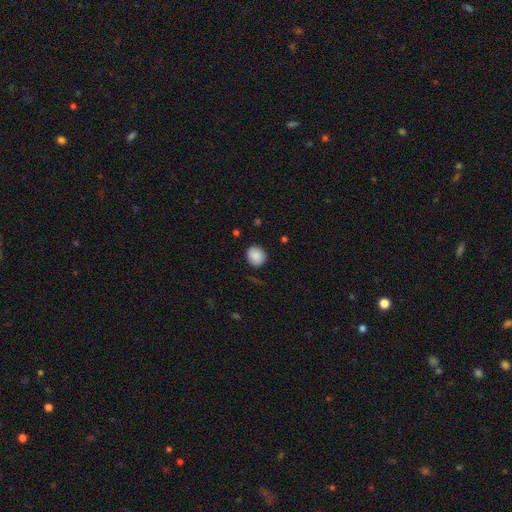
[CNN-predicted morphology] The model was most divided on "how rounded": round: 78%, in between: 21%, cigar-shaped: 1%. More confident: smooth or featured — smooth (88%); merging — none (84%).